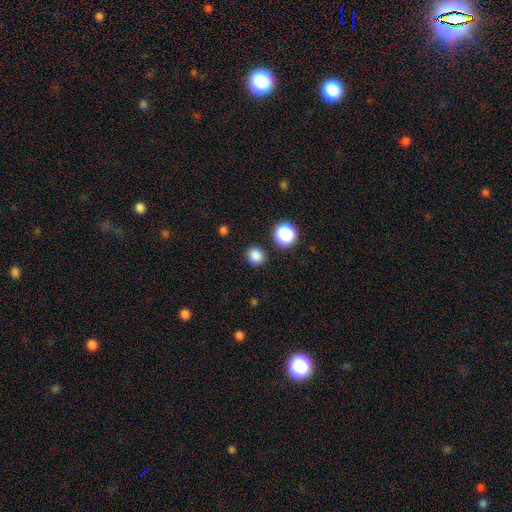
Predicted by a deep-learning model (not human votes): The model was most divided on "smooth or featured": smooth: 84%, star or artifact: 13%, featured or disk: 3%. More confident: merging — none (89%); how rounded — round (87%).